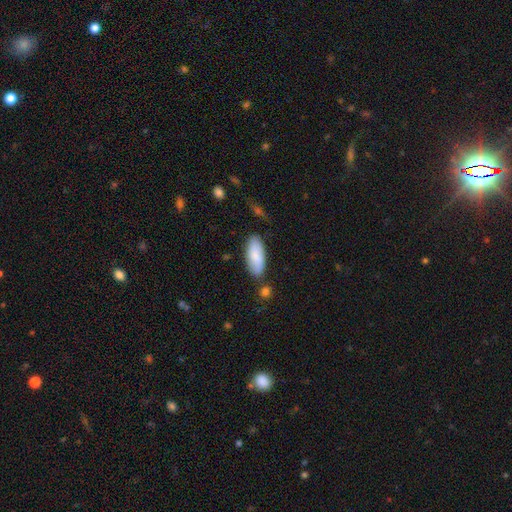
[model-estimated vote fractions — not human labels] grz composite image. It shows a smooth galaxy with no disk features (84%) that is in between round and cigar-shaped (82%). Merging: none (77%).